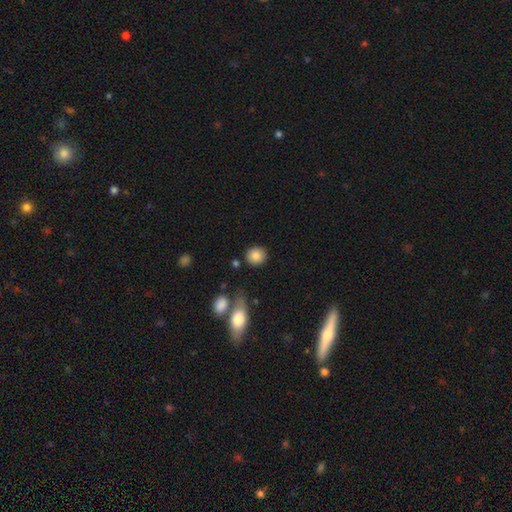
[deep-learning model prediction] This appears to be a smooth galaxy with no disk features (85%) that is round (84%). Merging: none (83%).